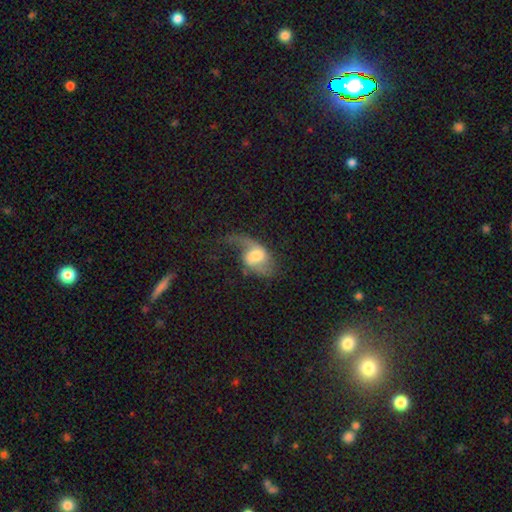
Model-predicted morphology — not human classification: A featured or disk galaxy (67%) with a weak bar (45%), 2 (64%) loose (75%) spiral arms (88%) and a moderate central bulge (49%). Merging: major disturbance (39%).